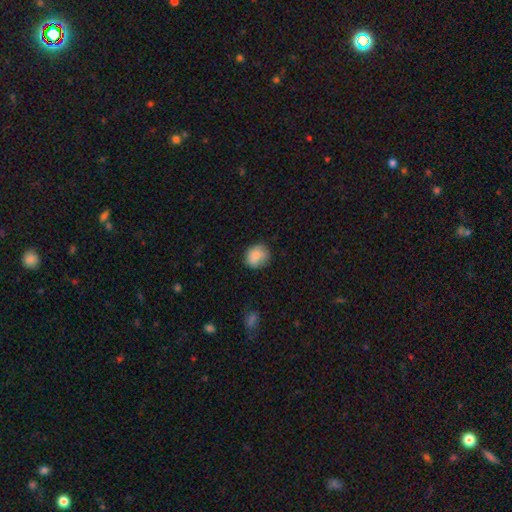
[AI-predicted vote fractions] Smooth or featured? Predicted: smooth (p=0.85). How rounded? Predicted: round (p=0.75). Merging? Predicted: none (p=0.73).